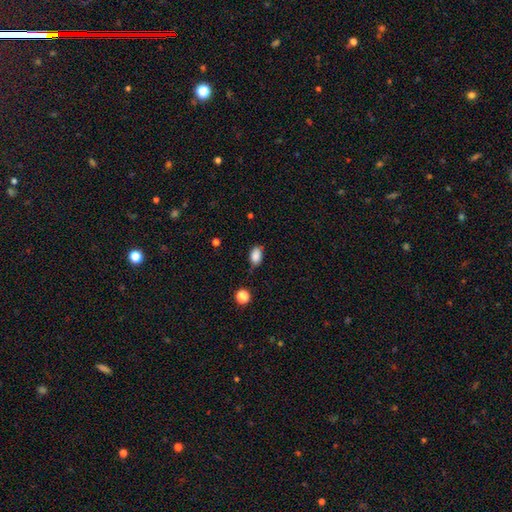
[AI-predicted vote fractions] A smooth galaxy with no disk features (86%) that is in between round and cigar-shaped (86%). Merging: none (67%).